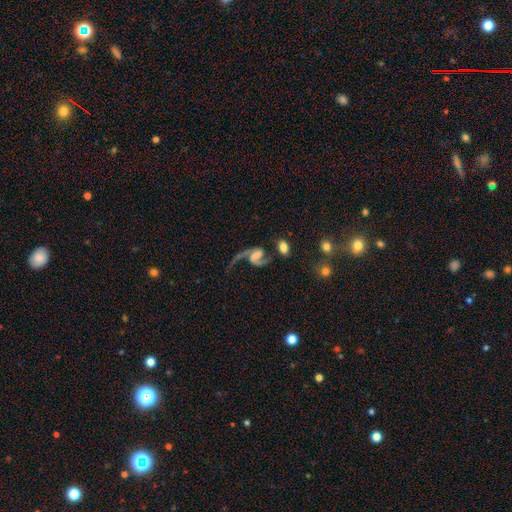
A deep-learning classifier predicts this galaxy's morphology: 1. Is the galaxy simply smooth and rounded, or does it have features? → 83% featured or disk, 10% smooth, 7% star or artifact.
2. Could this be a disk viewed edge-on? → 97% no, 3% yes.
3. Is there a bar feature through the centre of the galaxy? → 43% weak, 35% no, 22% strong.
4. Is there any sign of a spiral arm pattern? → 94% yes, 6% no.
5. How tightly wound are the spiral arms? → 70% loose, 25% medium, 5% tight.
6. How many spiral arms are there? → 80% 2, 15% 1, 2% can't tell, 1% 3, 1% 4, 1% more than 4.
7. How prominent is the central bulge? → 38% none, 23% small, 22% moderate, 14% large, 3% dominant.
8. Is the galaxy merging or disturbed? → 39% none, 31% major disturbance, 15% minor disturbance, 14% merger.